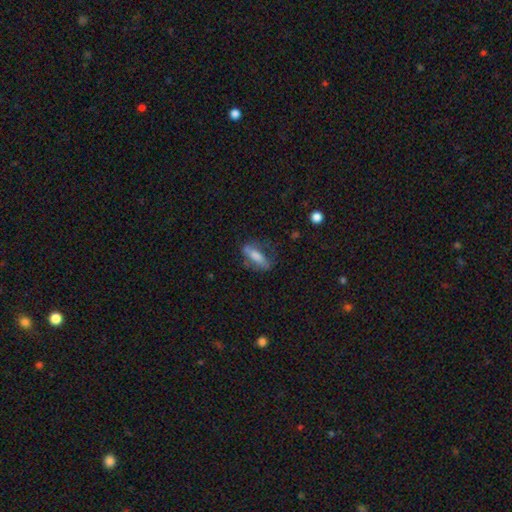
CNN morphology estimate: smooth 61%, featured or disk 30%, star or artifact 8%. Down the decision tree: how rounded — in between (58%); merging — none (58%).